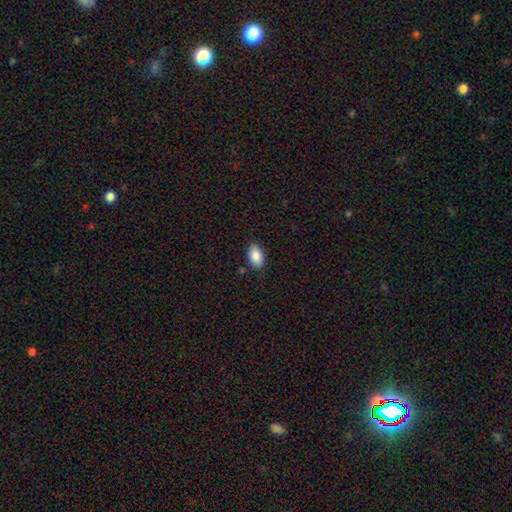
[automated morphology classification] Smooth or featured: smooth — 88% (star or artifact — 7%)
How rounded: in between — 92% (round — 7%)
Merging: none — 85% (minor disturbance — 11%)